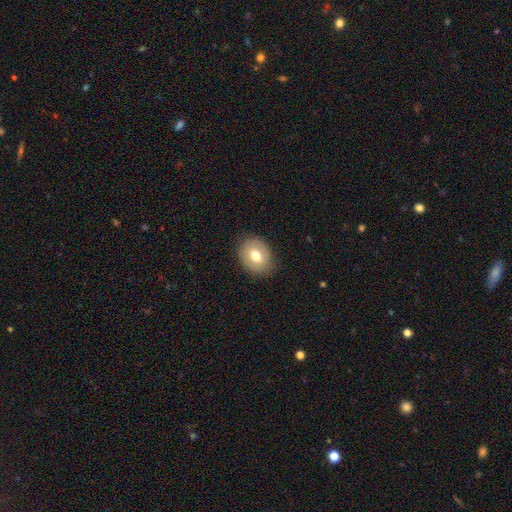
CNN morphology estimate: A smooth galaxy with no disk features (70%) that is in between round and cigar-shaped (55%). Merging: none (85%).